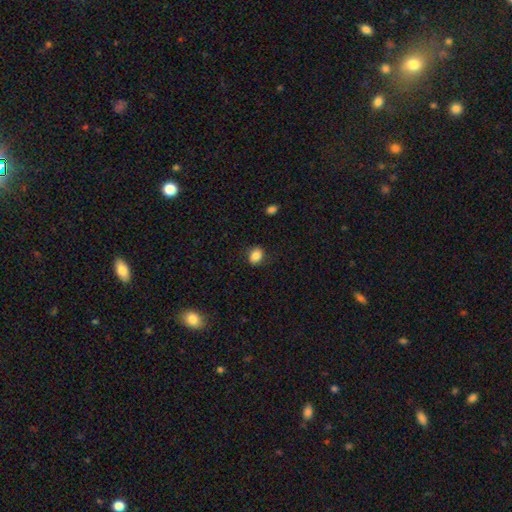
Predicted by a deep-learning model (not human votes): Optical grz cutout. It shows a smooth galaxy with no disk features (85%) that is in between round and cigar-shaped (58%). Merging: none (84%).